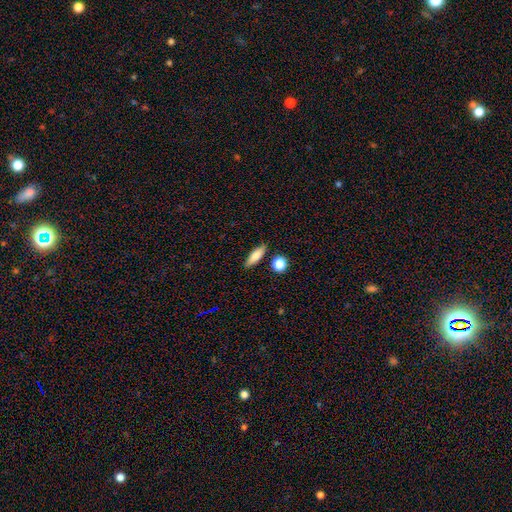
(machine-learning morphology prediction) Smooth or featured? Predicted: smooth (p=0.76). How rounded? Predicted: cigar-shaped (p=0.49). Merging? Predicted: none (p=0.84).